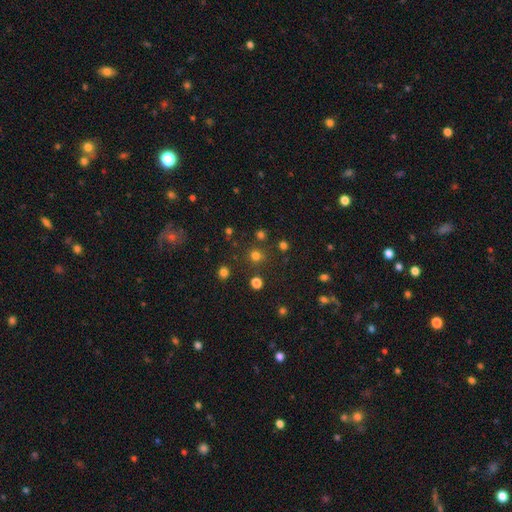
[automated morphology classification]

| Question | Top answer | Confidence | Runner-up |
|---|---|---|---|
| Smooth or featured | smooth | 71% | star or artifact (23%) |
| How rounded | round | 90% | in between (9%) |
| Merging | none | 82% | minor disturbance (8%) |